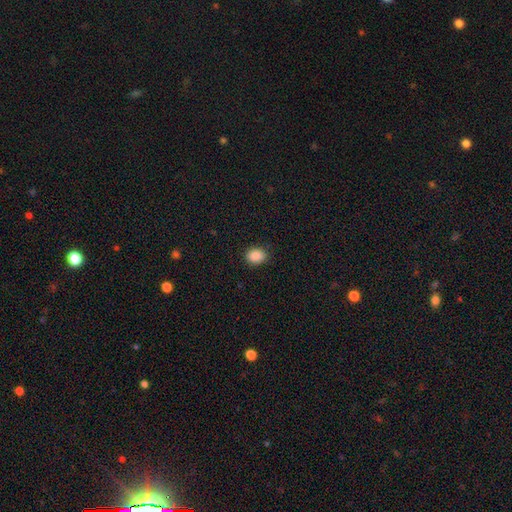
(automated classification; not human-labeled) Smooth or featured? smooth (89%)
How rounded? in between (58%)
Merging? none (88%)